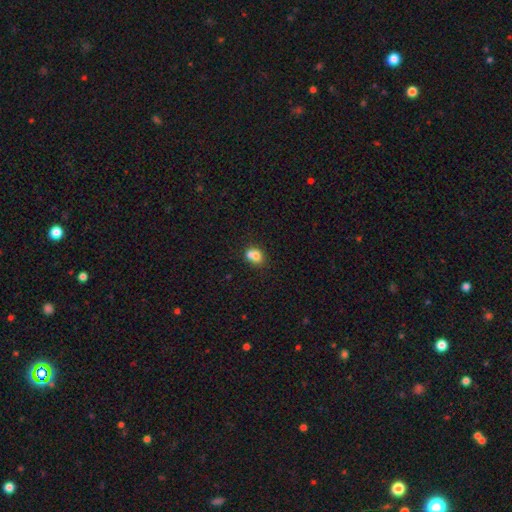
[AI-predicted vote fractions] Smooth or featured?
  - smooth: 74% *
  - featured or disk: 16%
  - star or artifact: 10%
How rounded?
  - round: 57% *
  - in between: 42%
  - cigar-shaped: 1%
Merging?
  - merger: 55% *
  - none: 33%
  - minor disturbance: 9%
  - major disturbance: 4%